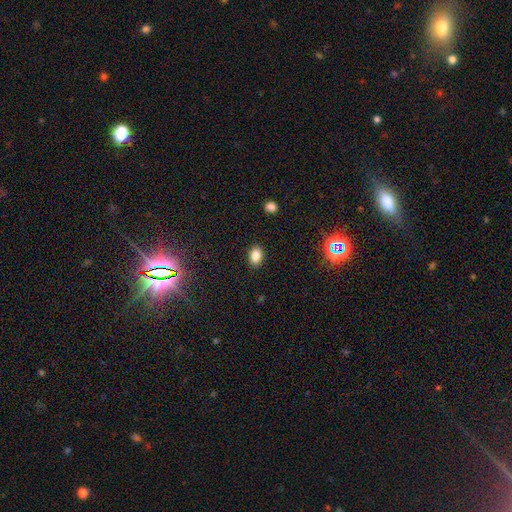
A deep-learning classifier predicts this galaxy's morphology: type=smooth (83%); roundness=in between (75%); merging=none (88%).